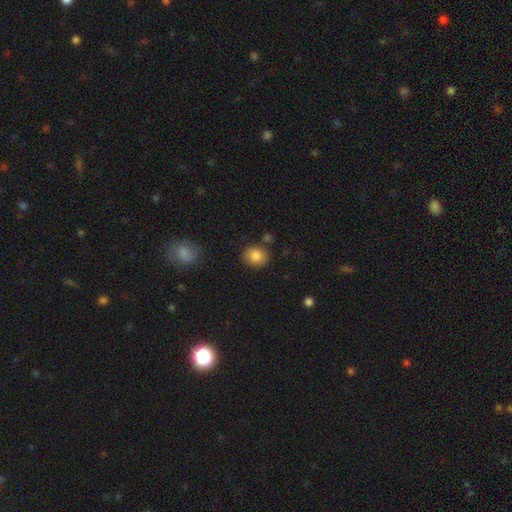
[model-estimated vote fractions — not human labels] smooth 85%, star or artifact 9%, featured or disk 6%. Down the decision tree: how rounded — round (74%); merging — none (81%).